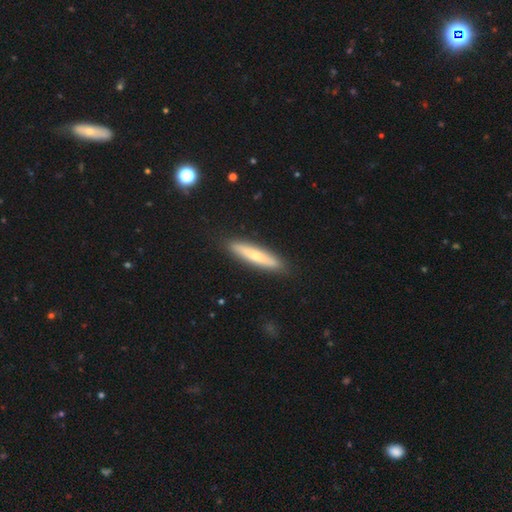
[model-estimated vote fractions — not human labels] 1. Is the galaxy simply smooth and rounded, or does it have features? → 60% smooth, 35% featured or disk, 5% star or artifact.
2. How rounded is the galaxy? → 88% cigar-shaped, 11% in between, 1% round.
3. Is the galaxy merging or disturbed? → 89% none, 8% minor disturbance, 2% major disturbance, 1% merger.